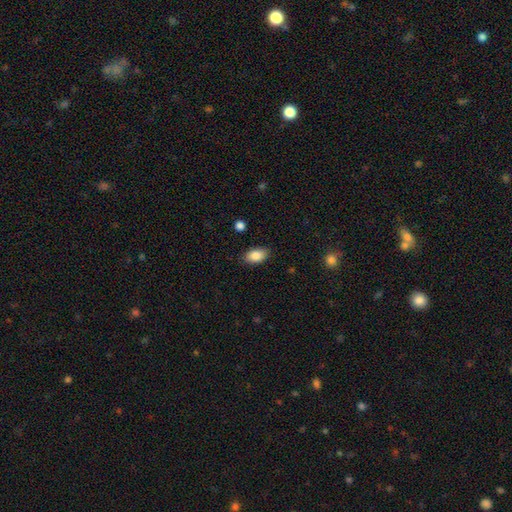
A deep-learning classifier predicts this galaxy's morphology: type=smooth (86%); roundness=in between (92%); merging=none (87%).